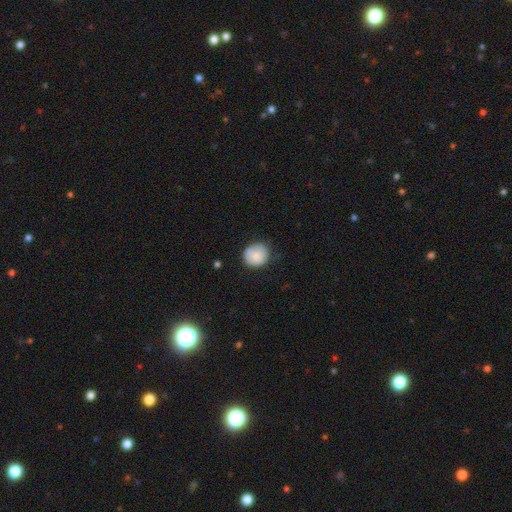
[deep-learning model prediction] This is clearly a smooth galaxy (83%). How rounded: clearly round (85%). Merging: likely none (73%).